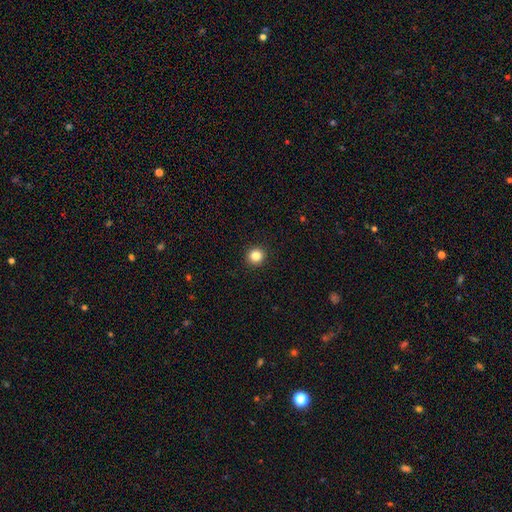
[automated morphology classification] This appears to be a smooth galaxy with no disk features (84%) that is round (94%). Merging: none (93%).